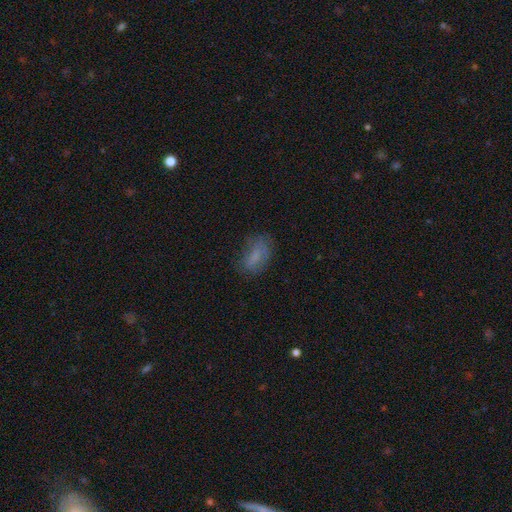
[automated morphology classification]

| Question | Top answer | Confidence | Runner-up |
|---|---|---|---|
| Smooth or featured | smooth | 72% | featured or disk (18%) |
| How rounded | in between | 86% | cigar-shaped (7%) |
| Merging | none | 64% | minor disturbance (24%) |